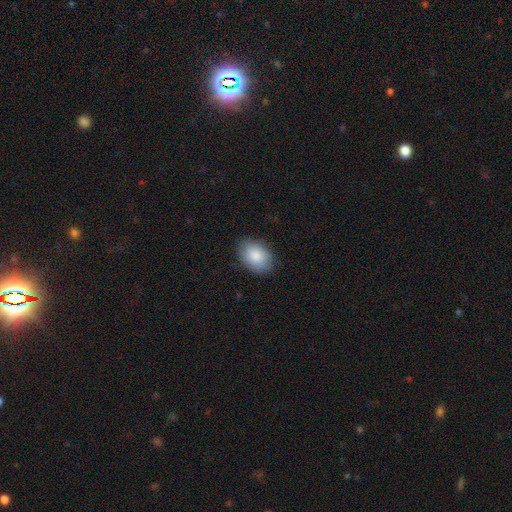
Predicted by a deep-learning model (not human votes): Morphology: type=smooth (87%); roundness=in between (83%); merging=none (85%).